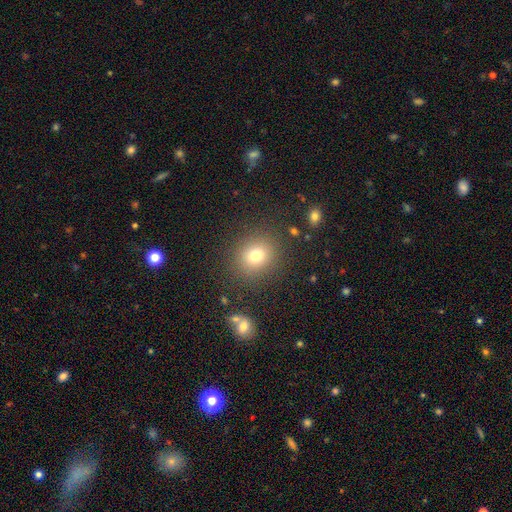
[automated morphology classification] Overall: smooth (75%). How rounded: round (77%). Merging: none (85%).